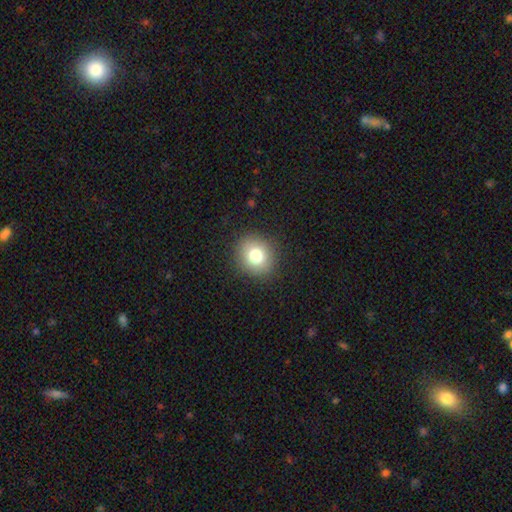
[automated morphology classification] A smooth galaxy with no disk features (78%) that is round (78%). Merging: none (89%).